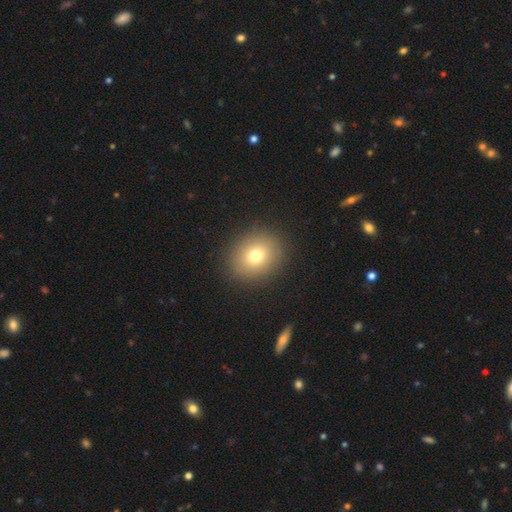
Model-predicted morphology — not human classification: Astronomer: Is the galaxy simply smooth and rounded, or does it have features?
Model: smooth — 76%.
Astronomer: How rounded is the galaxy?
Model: round — 65%.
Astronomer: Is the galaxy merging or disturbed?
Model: none — 89%.